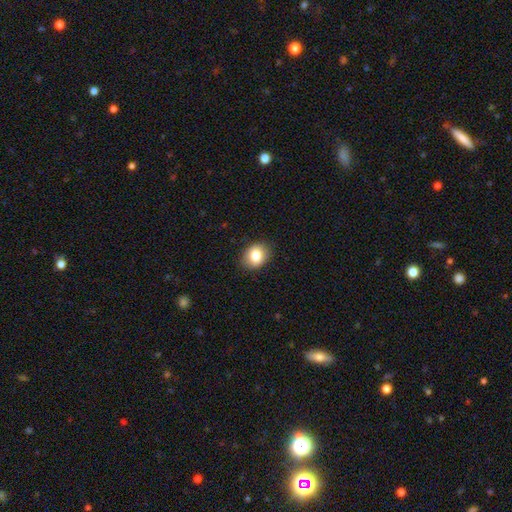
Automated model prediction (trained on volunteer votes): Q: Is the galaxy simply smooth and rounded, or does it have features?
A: smooth — 81%.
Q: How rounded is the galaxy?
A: in between — 56%.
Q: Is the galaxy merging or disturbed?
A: none — 87%.